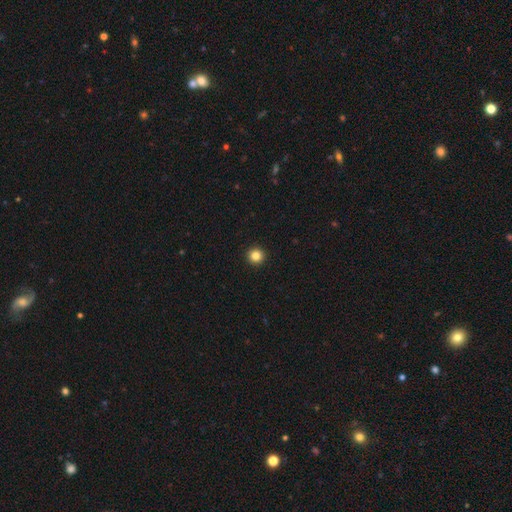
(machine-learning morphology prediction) smooth_or_featured: smooth (p=0.84) [alt: star or artifact p=0.11]
how_rounded: round (p=0.96) [alt: in between p=0.03]
merging: none (p=0.94) [alt: minor disturbance p=0.03]